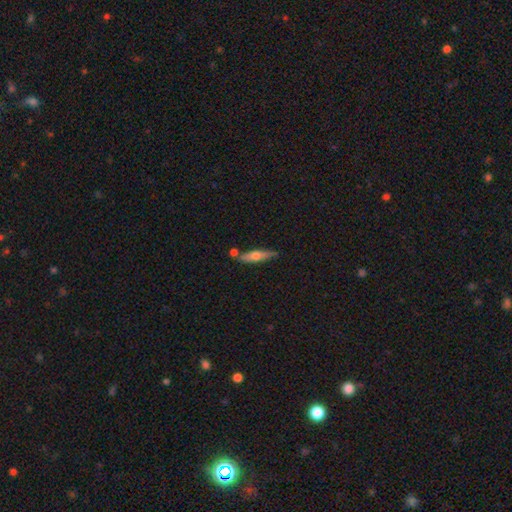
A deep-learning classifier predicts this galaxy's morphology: Smooth or featured: smooth — 49% (featured or disk — 44%)
Merging: none — 70% (minor disturbance — 15%)